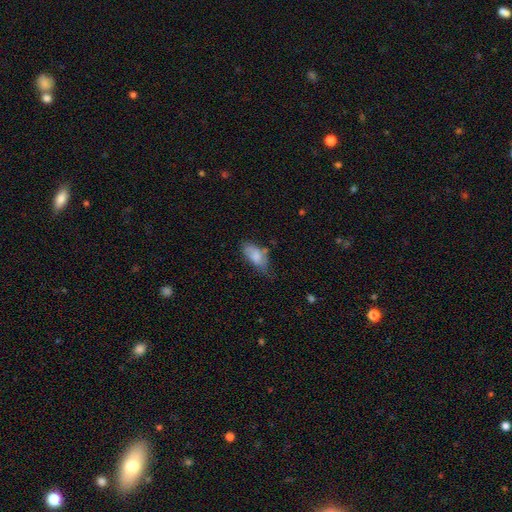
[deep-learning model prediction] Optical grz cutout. It shows a smooth galaxy with no disk features (77%) that is in between round and cigar-shaped (90%). Merging: none (42%).